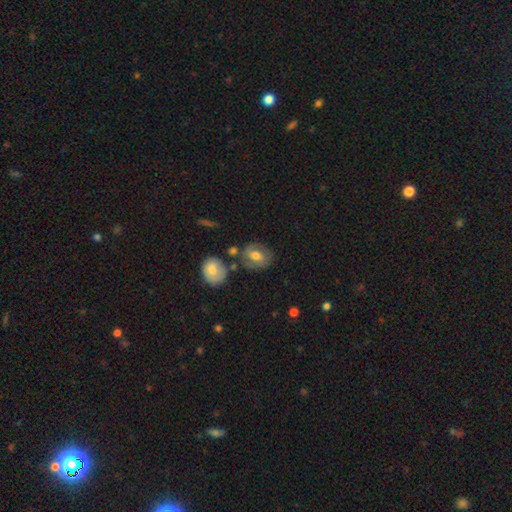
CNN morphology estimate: The model was most divided on "how rounded": in between: 50%, round: 48%, cigar-shaped: 2%. More confident: merging — none (64%); smooth or featured — smooth (52%).